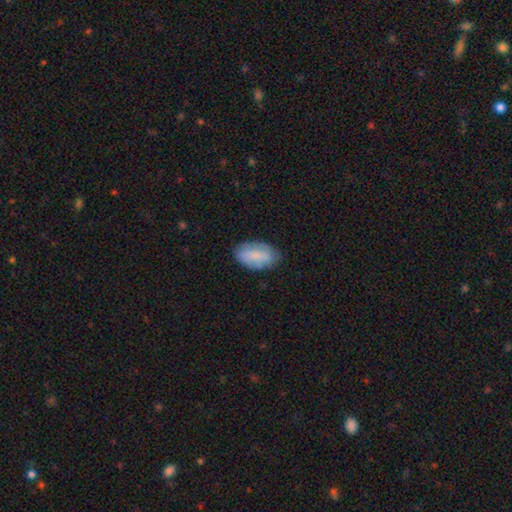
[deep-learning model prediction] Overall: smooth (75%). How rounded: in between (93%). Merging: none (76%).